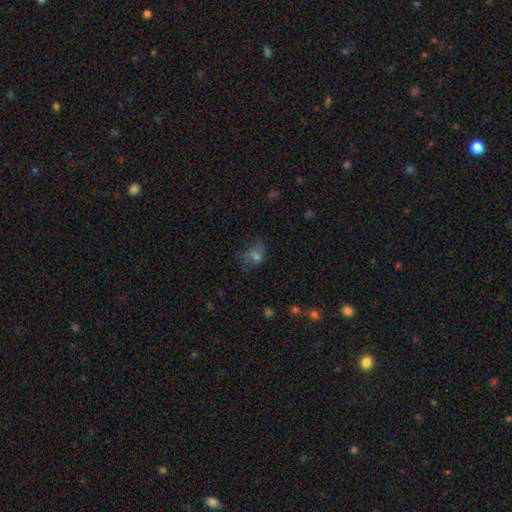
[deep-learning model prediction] Smooth or featured? smooth (53%)
How rounded? in between (52%)
Merging? none (46%)